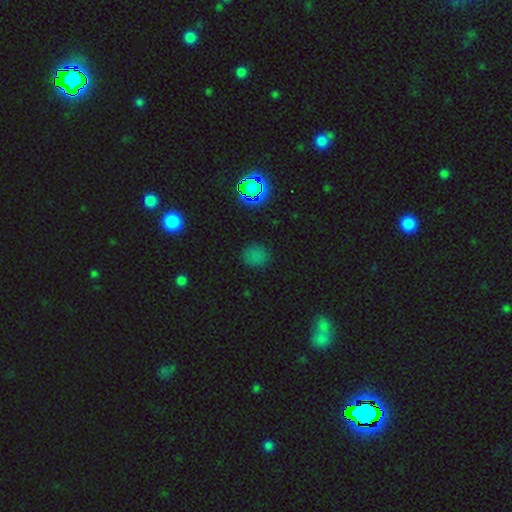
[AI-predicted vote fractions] Overall: smooth (69%). How rounded: round (80%). Merging: none (86%).